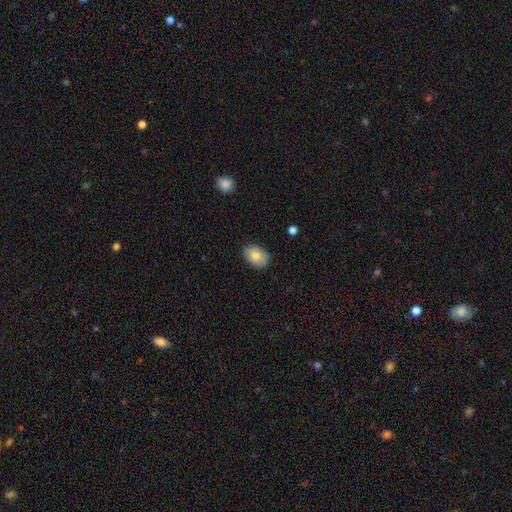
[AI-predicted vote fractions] Overall: smooth (79%). How rounded: in between (80%). Merging: none (84%).